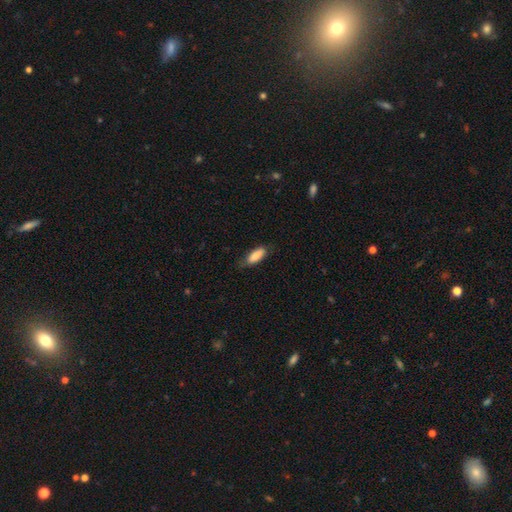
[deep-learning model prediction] A smooth galaxy with no disk features (82%) that is in between round and cigar-shaped (73%). Merging: none (71%).